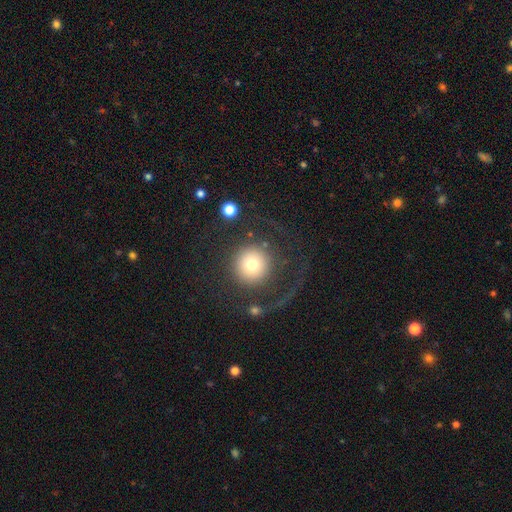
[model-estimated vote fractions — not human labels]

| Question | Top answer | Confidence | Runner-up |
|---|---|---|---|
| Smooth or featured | smooth | 66% | featured or disk (22%) |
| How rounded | round | 96% | in between (3%) |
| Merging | none | 63% | major disturbance (23%) |